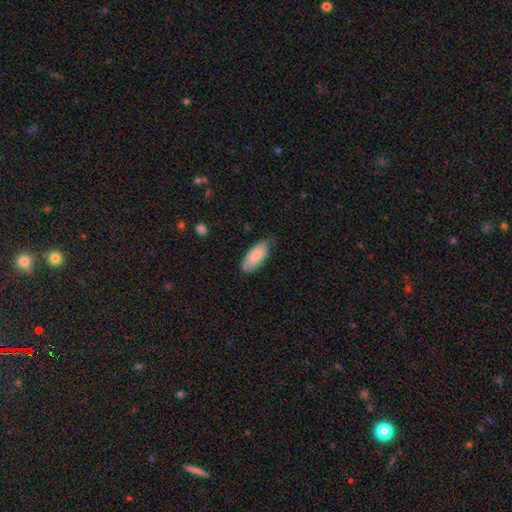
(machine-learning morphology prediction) Smooth or featured: smooth — 83% (featured or disk — 11%)
How rounded: in between — 86% (cigar-shaped — 12%)
Merging: none — 68% (minor disturbance — 26%)